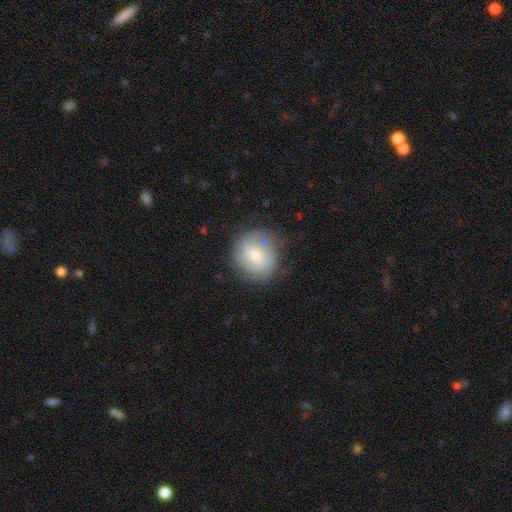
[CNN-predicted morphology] smooth_or_featured: featured or disk (p=0.62) [alt: smooth p=0.31]
disk_edge_on: no (p=0.98) [alt: yes p=0.02]
bar: no (p=0.70) [alt: weak p=0.25]
has_spiral_arms: yes (p=0.82) [alt: no p=0.18]
bulge_size: moderate (p=0.51) [alt: small p=0.43]
merging: none (p=0.73) [alt: minor disturbance p=0.18]